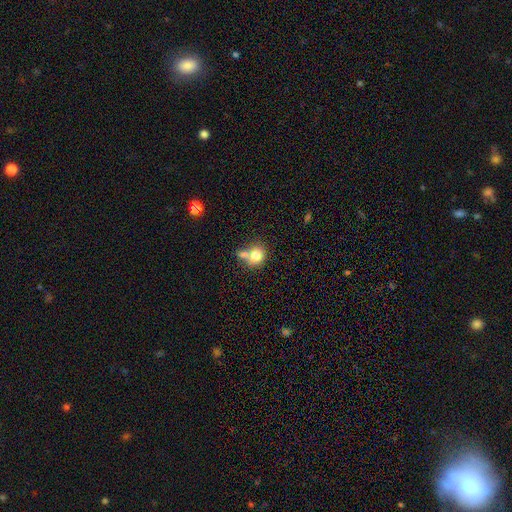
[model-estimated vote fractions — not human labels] This appears to be a smooth galaxy with no disk features (76%) that is round (77%). Merging: merger (42%).